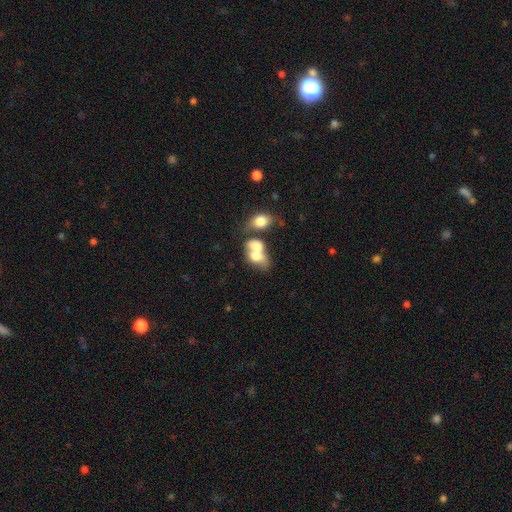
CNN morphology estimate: smooth_or_featured: smooth (p=0.66) [alt: featured or disk p=0.25]
how_rounded: in between (p=0.73) [alt: round p=0.25]
merging: merger (p=0.71) [alt: none p=0.14]